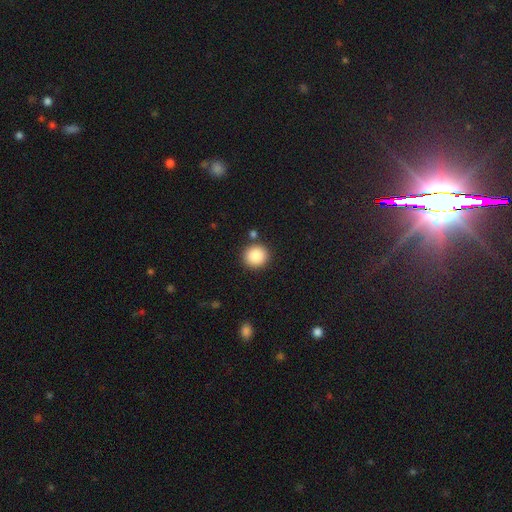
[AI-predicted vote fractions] Q: Smooth or featured?
A: smooth (88%); runner-up: star or artifact (9%)
Q: How rounded?
A: round (90%); runner-up: in between (9%)
Q: Merging?
A: none (87%); runner-up: minor disturbance (7%)